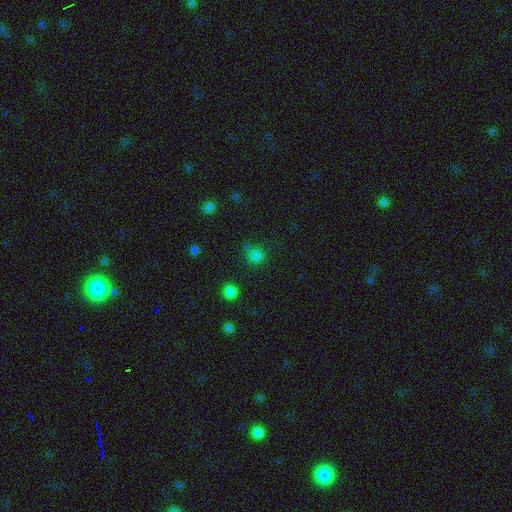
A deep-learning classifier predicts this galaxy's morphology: Q: Smooth or featured?
A: smooth (77%); runner-up: star or artifact (19%)
Q: How rounded?
A: round (87%); runner-up: in between (12%)
Q: Merging?
A: none (68%); runner-up: minor disturbance (18%)